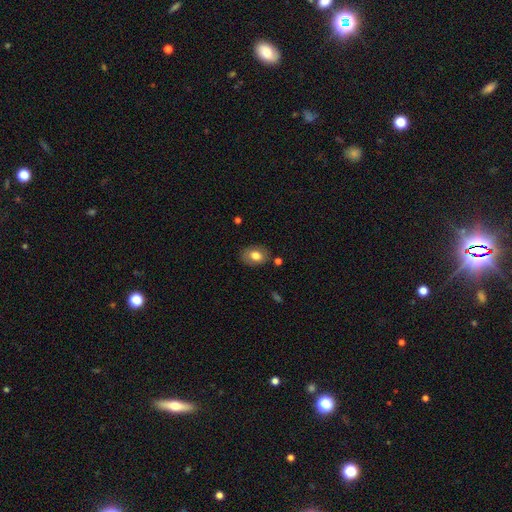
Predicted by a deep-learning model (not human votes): Smooth or featured?
  - smooth: 76% *
  - featured or disk: 17%
  - star or artifact: 8%
How rounded?
  - in between: 74% *
  - round: 25%
  - cigar-shaped: 1%
Merging?
  - none: 79% *
  - minor disturbance: 14%
  - major disturbance: 4%
  - merger: 3%